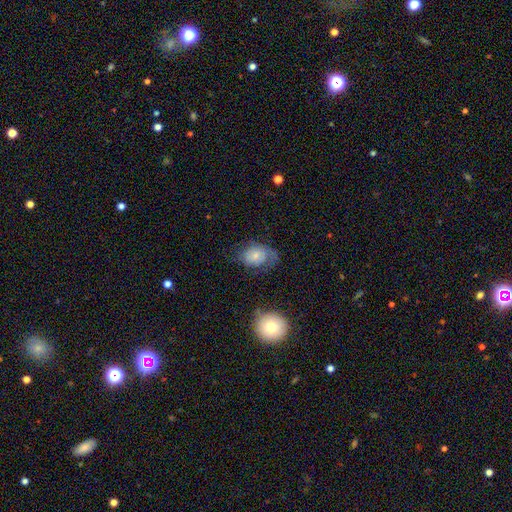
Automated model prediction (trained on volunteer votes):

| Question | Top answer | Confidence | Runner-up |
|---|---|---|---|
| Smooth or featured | smooth | 57% | featured or disk (34%) |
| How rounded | in between | 72% | round (27%) |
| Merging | none | 46% | minor disturbance (29%) |